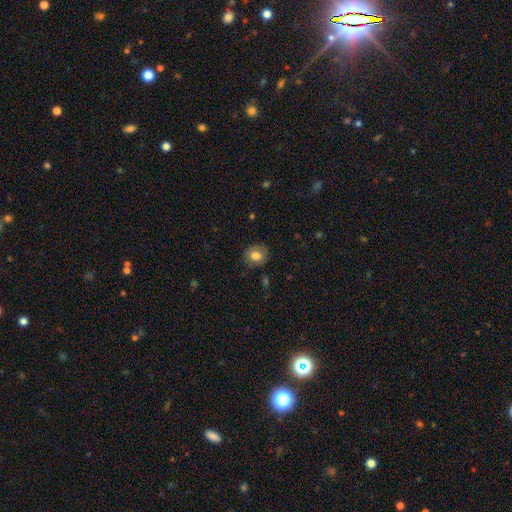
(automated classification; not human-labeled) Morphology: type=smooth (78%); roundness=round (70%); merging=none (80%).